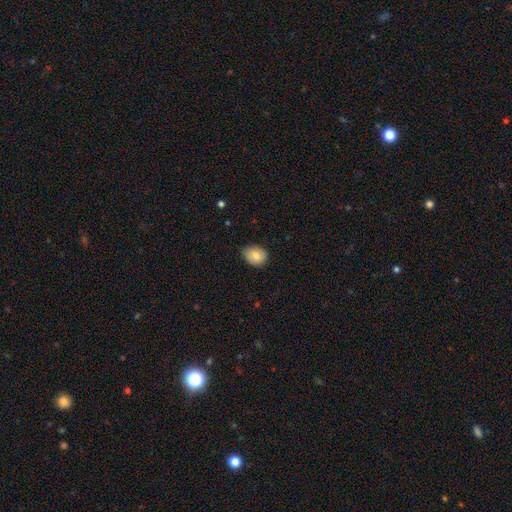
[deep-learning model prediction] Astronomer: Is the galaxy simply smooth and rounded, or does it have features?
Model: smooth — 78%.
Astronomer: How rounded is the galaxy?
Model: in between — 64%.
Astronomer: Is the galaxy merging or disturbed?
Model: none — 79%.